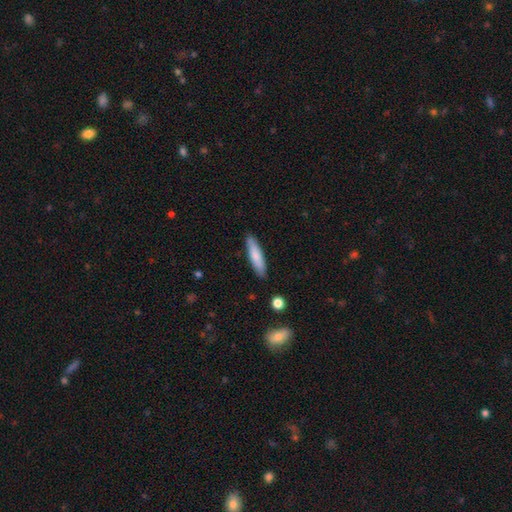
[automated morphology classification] Smooth or featured: smooth — 77% (featured or disk — 17%)
How rounded: cigar-shaped — 80% (in between — 19%)
Merging: none — 86% (minor disturbance — 10%)